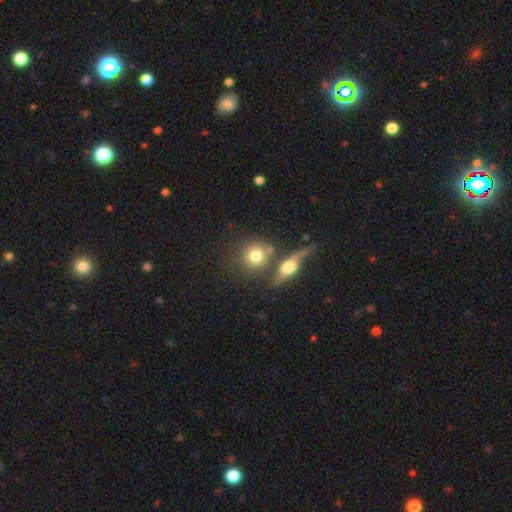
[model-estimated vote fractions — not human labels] smooth_or_featured: smooth (p=0.73) [alt: featured or disk p=0.18]
how_rounded: round (p=0.85) [alt: in between p=0.13]
merging: none (p=0.52) [alt: merger p=0.31]